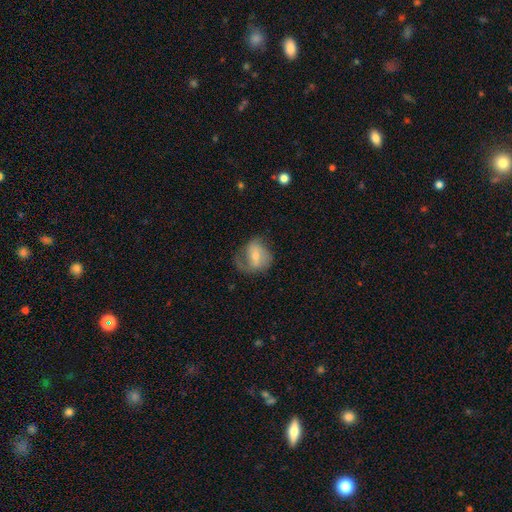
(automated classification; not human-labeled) Smooth or featured? featured or disk (52%)
Edge-on disk? no (96%)
Merging? none (46%)